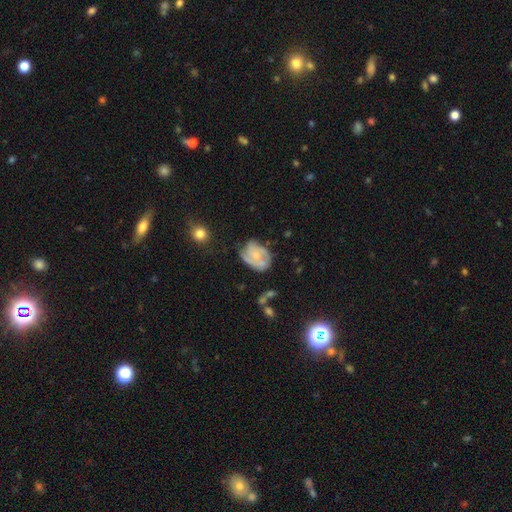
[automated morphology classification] type=featured or disk (69%); edge-on=no (98%); bar=no (73%); spiral arms=yes (86%); winding=tight (48%); arm count=2 (30%); bulge=small (59%); merging=none (53%).